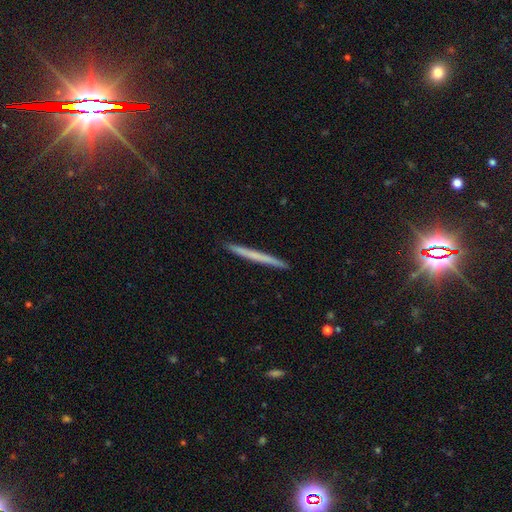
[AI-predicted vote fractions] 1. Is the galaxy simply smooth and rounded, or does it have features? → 54% smooth, 40% featured or disk, 6% star or artifact.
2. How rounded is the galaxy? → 97% cigar-shaped, 1% in between, 1% round.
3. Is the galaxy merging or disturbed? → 93% none, 5% minor disturbance, 1% major disturbance, 1% merger.